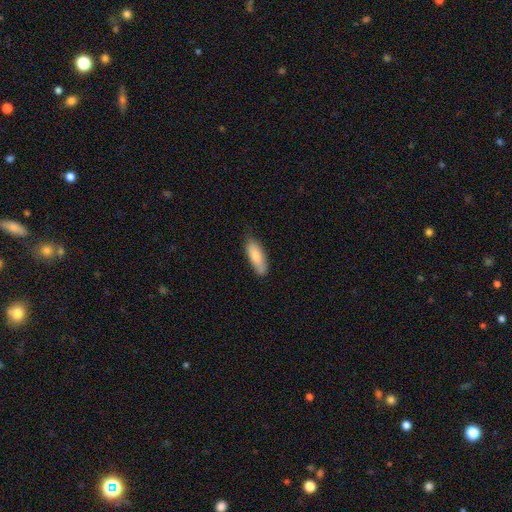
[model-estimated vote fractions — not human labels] smooth 78%, featured or disk 16%, star or artifact 6%. Down the decision tree: how rounded — in between (65%); merging — none (75%).